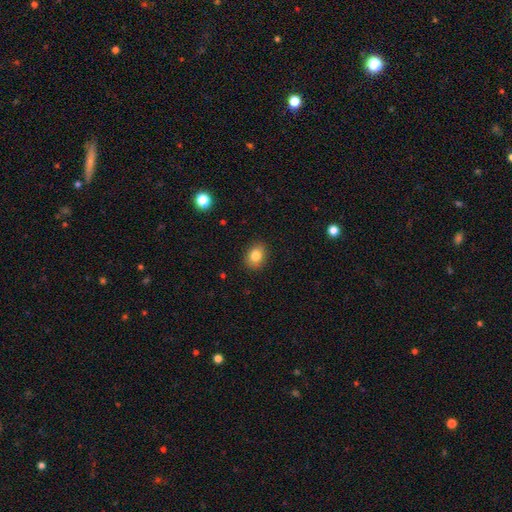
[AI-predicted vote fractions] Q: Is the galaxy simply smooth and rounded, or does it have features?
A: smooth — 83%.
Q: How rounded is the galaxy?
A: in between — 58%.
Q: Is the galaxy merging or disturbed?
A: none — 88%.